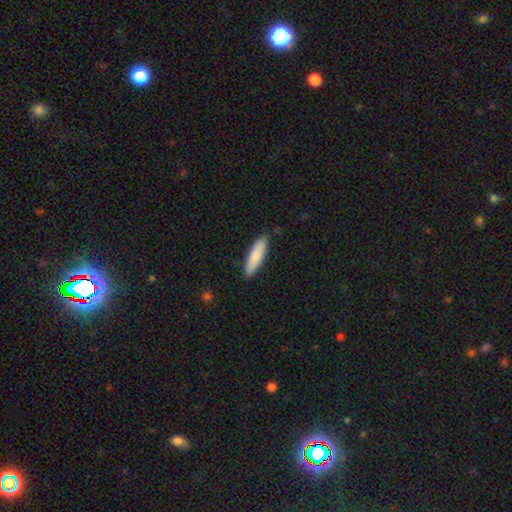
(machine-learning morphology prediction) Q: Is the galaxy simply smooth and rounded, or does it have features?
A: smooth — 85%.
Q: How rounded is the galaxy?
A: cigar-shaped — 74%.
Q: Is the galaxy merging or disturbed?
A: none — 87%.